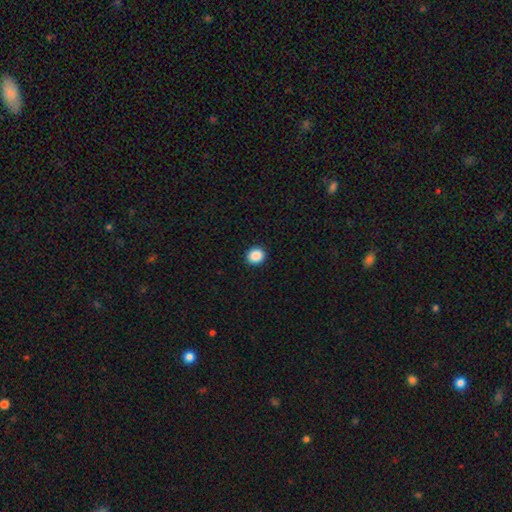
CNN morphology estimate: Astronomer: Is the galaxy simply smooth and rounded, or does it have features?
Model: smooth — 89%.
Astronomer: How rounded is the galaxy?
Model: round — 82%.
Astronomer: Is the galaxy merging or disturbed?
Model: none — 92%.